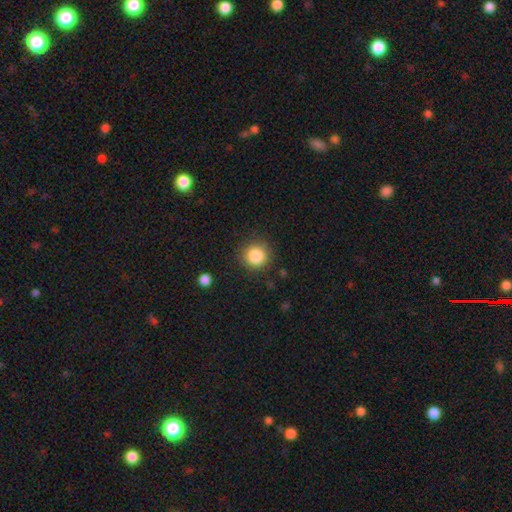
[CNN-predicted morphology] smooth_or_featured: smooth (p=0.85) [alt: star or artifact p=0.10]
how_rounded: round (p=0.94) [alt: in between p=0.05]
merging: none (p=0.87) [alt: minor disturbance p=0.08]